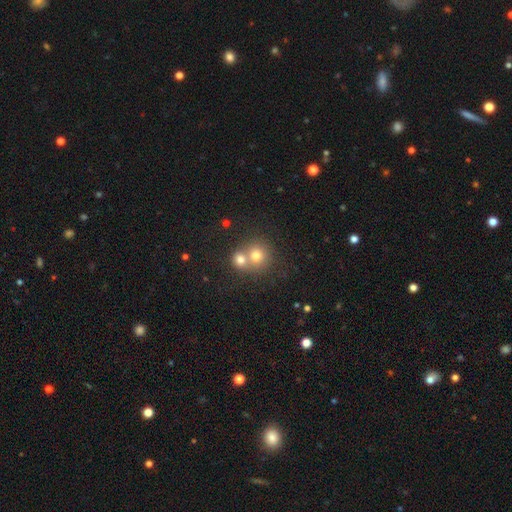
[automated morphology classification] Smooth or featured? smooth (72%)
How rounded? round (85%)
Merging? merger (55%)